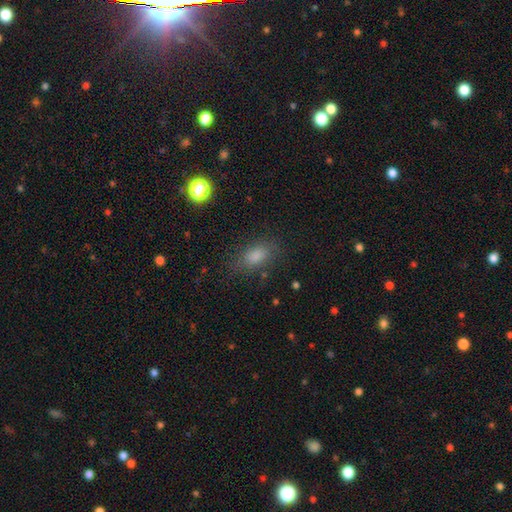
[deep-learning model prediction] Smooth or featured: smooth — 77% (star or artifact — 15%)
How rounded: in between — 83% (round — 11%)
Merging: none — 82% (minor disturbance — 12%)